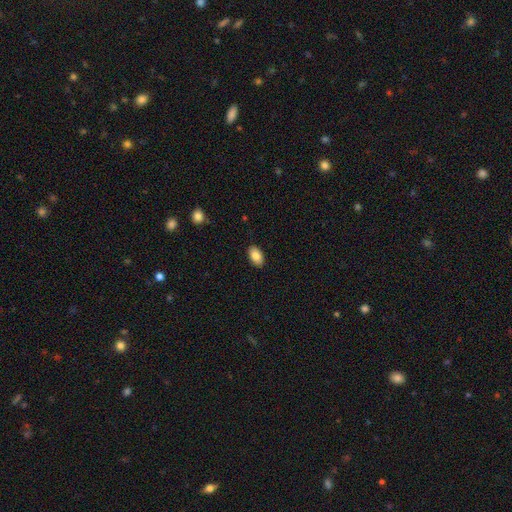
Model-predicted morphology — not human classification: Smooth or featured: smooth — 86% (star or artifact — 7%)
How rounded: in between — 94% (round — 5%)
Merging: none — 88% (minor disturbance — 9%)